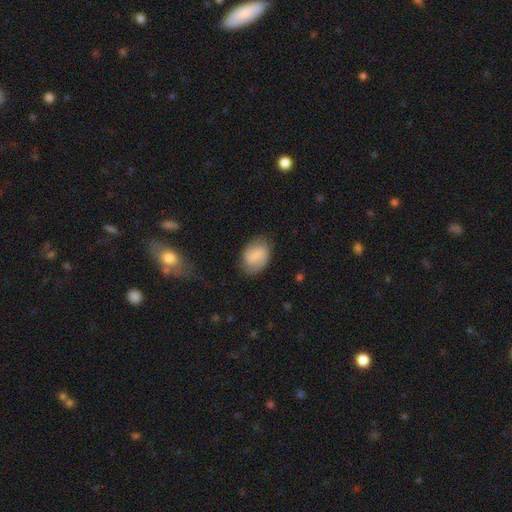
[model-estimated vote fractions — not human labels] Overall: smooth (57%; featured or disk 35%). How rounded: in between (78%). Merging: none (72%).